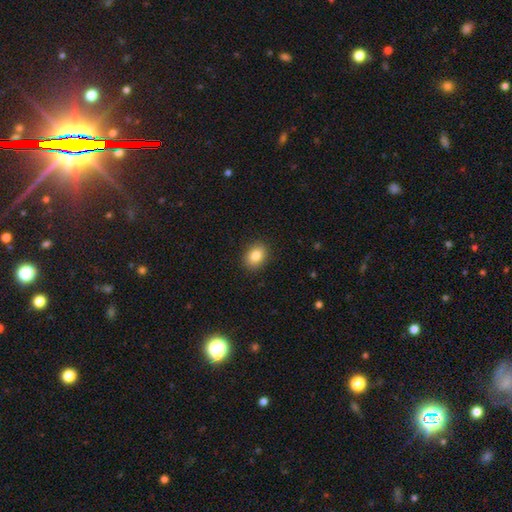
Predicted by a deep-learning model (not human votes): Overall: smooth (84%). How rounded: in between (66%; round 33%). Merging: none (89%).